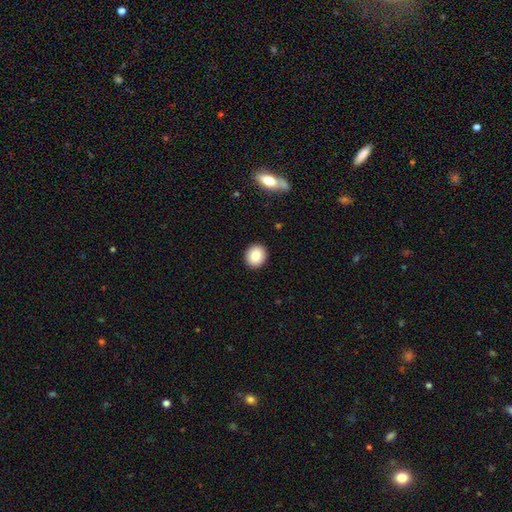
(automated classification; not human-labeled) Smooth or featured? Predicted: smooth (p=0.86). How rounded? Predicted: round (p=0.79). Merging? Predicted: none (p=0.92).